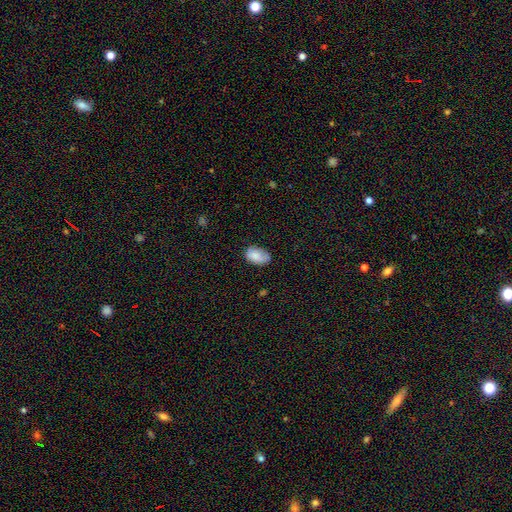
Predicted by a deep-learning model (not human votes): Morphology: type=smooth (81%); roundness=in between (88%); merging=none (68%).